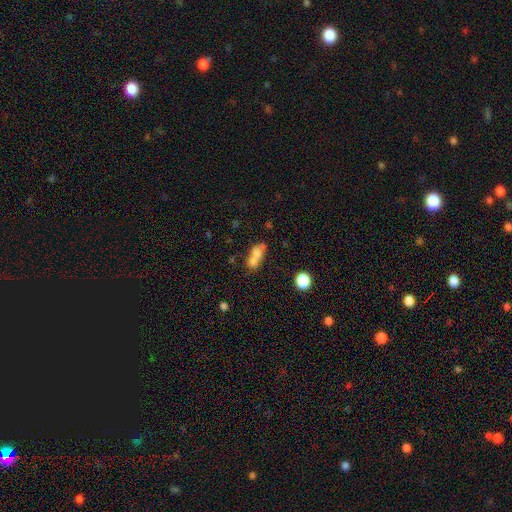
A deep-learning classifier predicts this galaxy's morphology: This is likely a smooth galaxy (65%). How rounded: possibly in between (57%). Merging: possibly merger (59%).